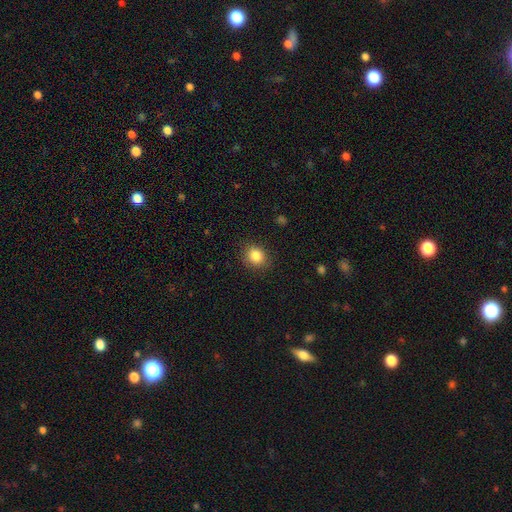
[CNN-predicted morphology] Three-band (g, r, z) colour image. It shows a smooth galaxy with no disk features (85%) that is round (69%). Merging: none (87%).